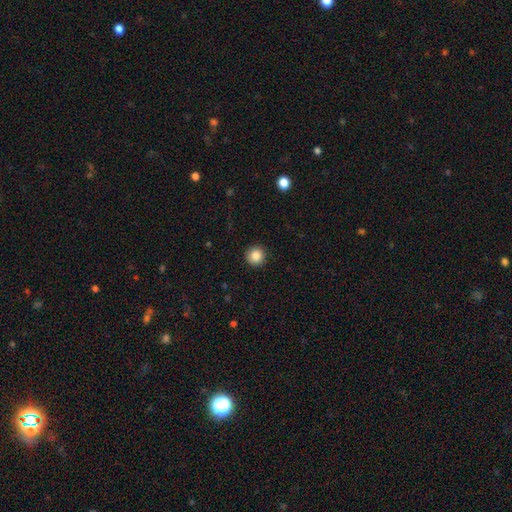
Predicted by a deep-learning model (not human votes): A smooth galaxy with no disk features (86%) that is round (95%).

Vote fractions:
- Smooth or featured? smooth: 86% / star or artifact: 9% / featured or disk: 4%
- How rounded? round: 95% / in between: 4% / cigar-shaped: 1%
- Merging? none: 92% / minor disturbance: 5% / major disturbance: 2% / merger: 1%